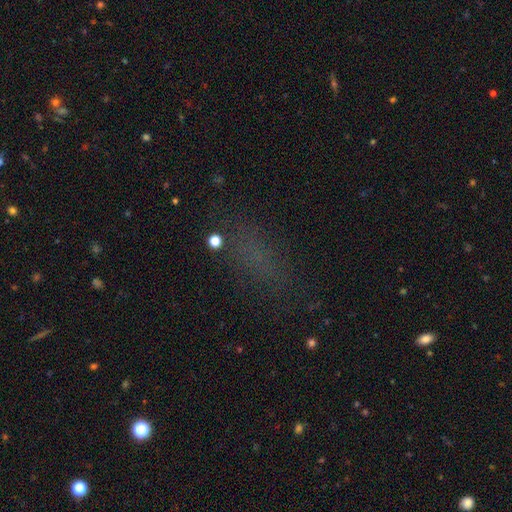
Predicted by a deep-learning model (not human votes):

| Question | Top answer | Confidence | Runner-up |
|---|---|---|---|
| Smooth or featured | smooth | 51% | star or artifact (36%) |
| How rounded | in between | 61% | cigar-shaped (27%) |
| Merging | none | 70% | minor disturbance (16%) |